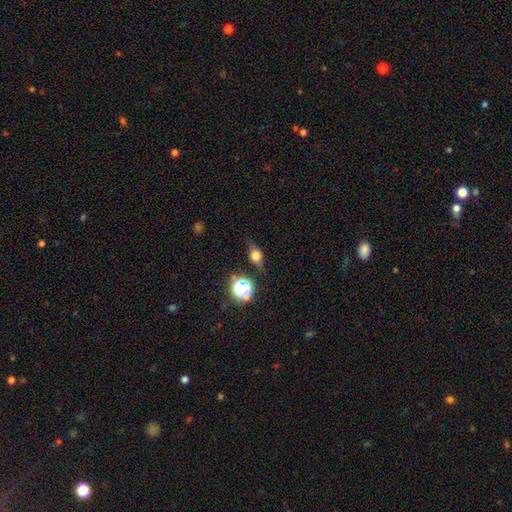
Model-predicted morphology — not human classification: Smooth or featured? Predicted: smooth (p=0.54). How rounded? Predicted: in between (p=0.52). Merging? Predicted: none (p=0.71).